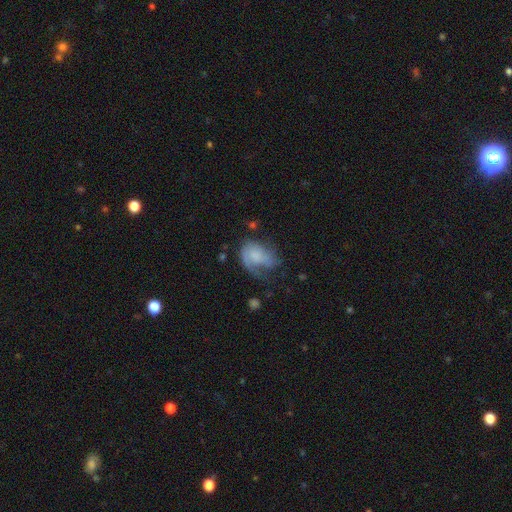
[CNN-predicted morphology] Smooth or featured: smooth — 47% (featured or disk — 44%)
Merging: major disturbance — 39% (none — 30%)